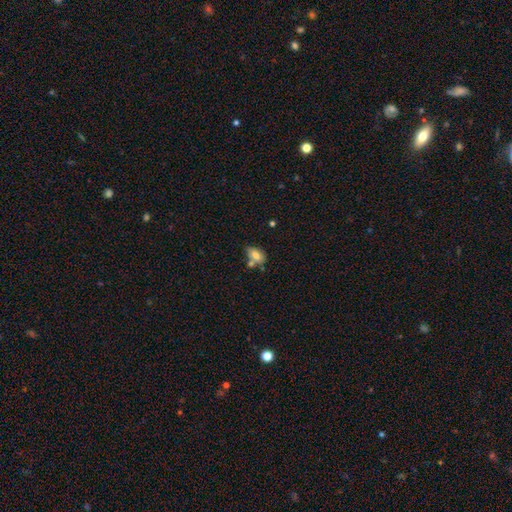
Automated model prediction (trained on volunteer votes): Q: Smooth or featured?
A: smooth (74%); runner-up: featured or disk (17%)
Q: How rounded?
A: in between (86%); runner-up: round (12%)
Q: Merging?
A: none (47%); runner-up: merger (28%)